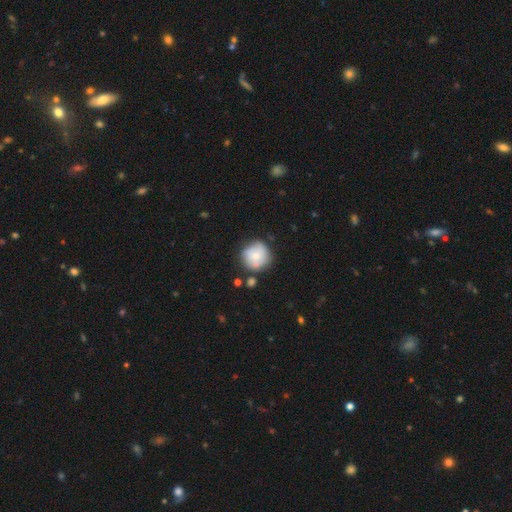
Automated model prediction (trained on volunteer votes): The model was most divided on "merging": none: 68%, minor disturbance: 18%, merger: 8%, major disturbance: 5%. More confident: how rounded — round (92%); smooth or featured — smooth (72%).